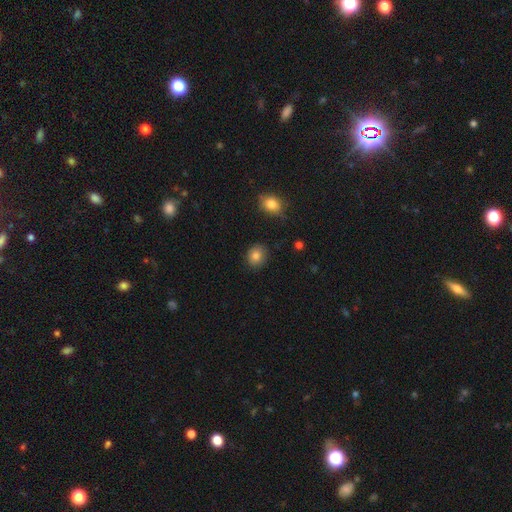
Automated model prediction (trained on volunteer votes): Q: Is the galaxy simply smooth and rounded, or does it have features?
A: smooth — 84%.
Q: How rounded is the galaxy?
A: round — 70%.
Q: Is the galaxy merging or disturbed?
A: none — 86%.